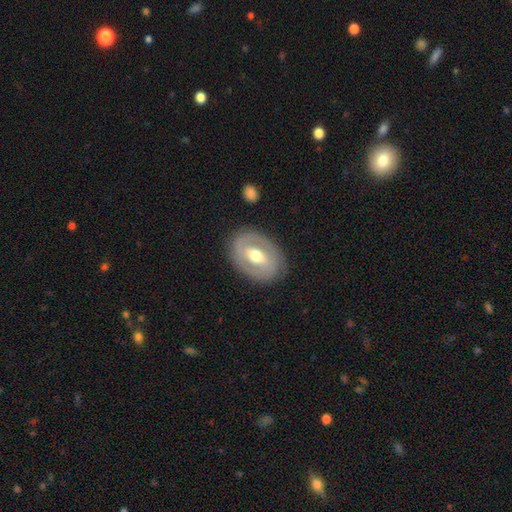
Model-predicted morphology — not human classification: type=featured or disk (68%); edge-on=no (94%); bar=weak (41%); spiral arms=no (53%); bulge=moderate (74%); merging=none (82%).